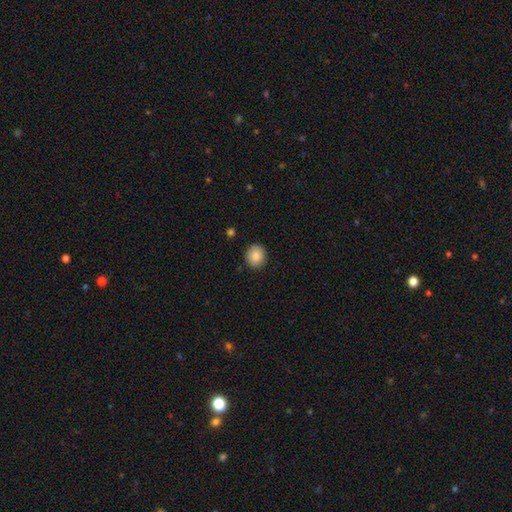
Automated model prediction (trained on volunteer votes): Smooth or featured?
  - smooth: 87% *
  - star or artifact: 8%
  - featured or disk: 5%
How rounded?
  - round: 75% *
  - in between: 24%
  - cigar-shaped: 1%
Merging?
  - none: 89% *
  - minor disturbance: 8%
  - major disturbance: 2%
  - merger: 1%